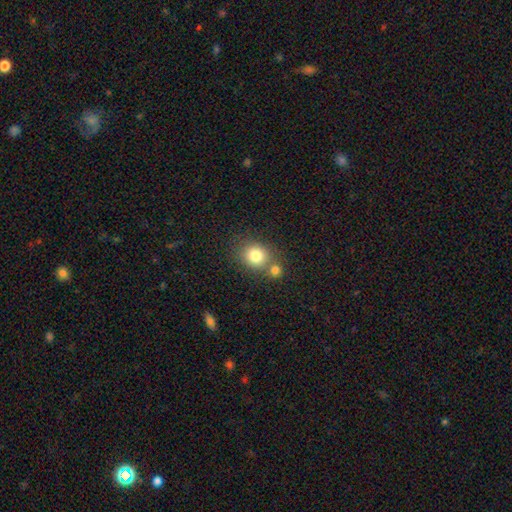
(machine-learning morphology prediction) Smooth or featured? smooth (80%)
How rounded? round (77%)
Merging? none (57%)